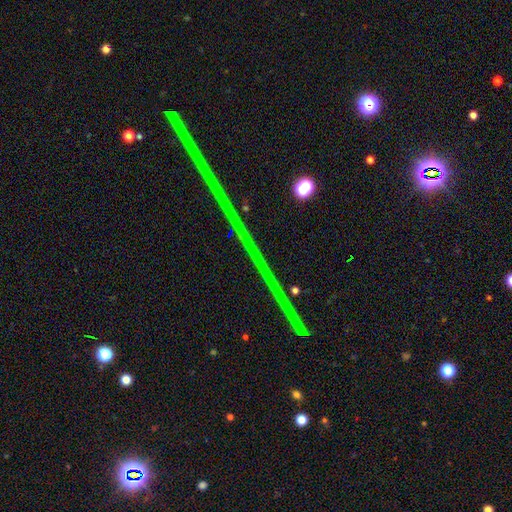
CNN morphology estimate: Smooth or featured?
  - star or artifact: 83% *
  - featured or disk: 10%
  - smooth: 7%